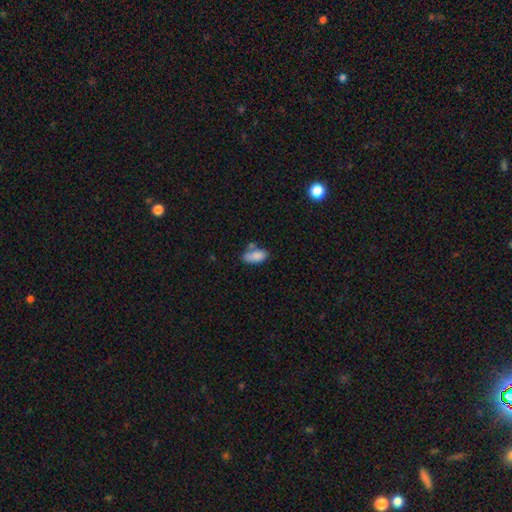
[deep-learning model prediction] smooth-or-featured: smooth: 83% | featured or disk: 8% | star or artifact: 8%
  how-rounded: in between: 90% | cigar-shaped: 6% | round: 4%
  merging: none: 48% | merger: 23% | minor disturbance: 22% | major disturbance: 8%